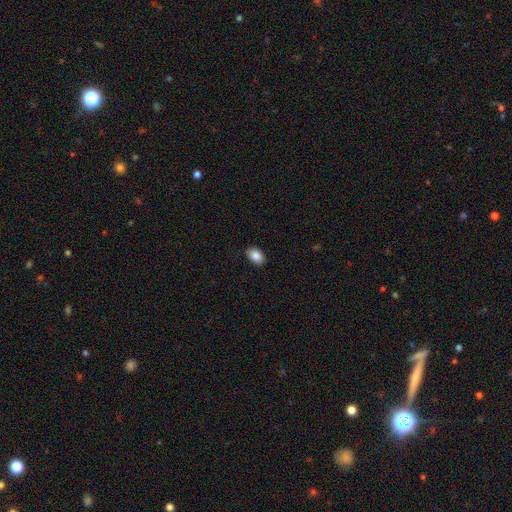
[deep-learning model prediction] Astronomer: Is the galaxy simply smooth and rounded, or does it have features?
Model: smooth — 87%.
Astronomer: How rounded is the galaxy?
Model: in between — 82%.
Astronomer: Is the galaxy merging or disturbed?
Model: none — 87%.